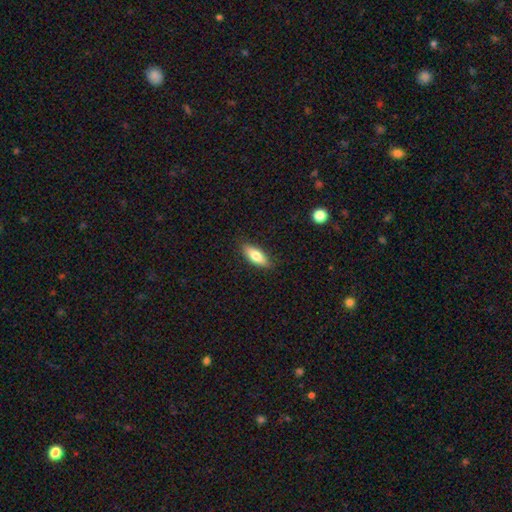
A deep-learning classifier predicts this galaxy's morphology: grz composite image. It shows a smooth galaxy with no disk features (71%) that is in between round and cigar-shaped (65%). Merging: none (87%).